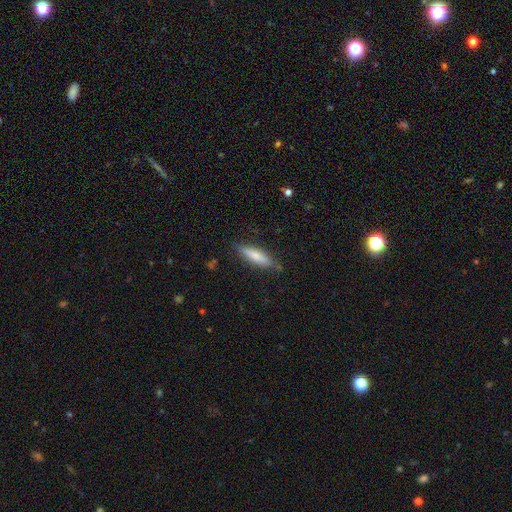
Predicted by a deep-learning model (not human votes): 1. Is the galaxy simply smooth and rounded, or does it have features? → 69% smooth, 25% featured or disk, 6% star or artifact.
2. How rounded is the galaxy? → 72% cigar-shaped, 27% in between, 2% round.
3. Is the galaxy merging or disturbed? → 82% none, 14% minor disturbance, 3% major disturbance, 2% merger.